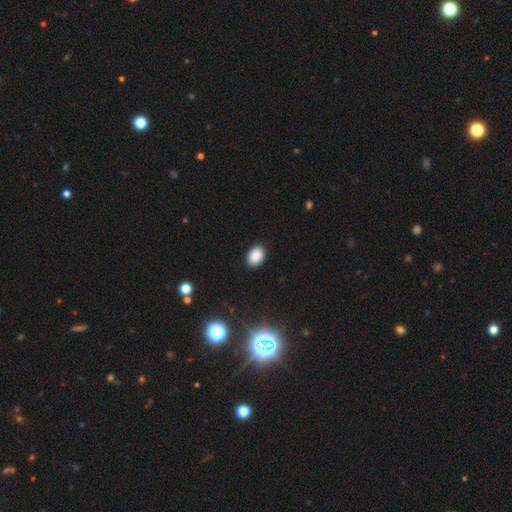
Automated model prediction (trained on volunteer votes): Overall: smooth (88%). How rounded: in between (82%). Merging: none (90%).